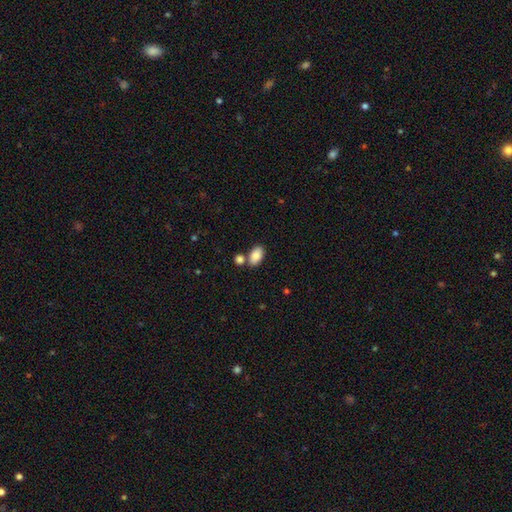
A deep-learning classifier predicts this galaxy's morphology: Q: Smooth or featured?
A: smooth (86%); runner-up: featured or disk (7%)
Q: How rounded?
A: in between (93%); runner-up: round (5%)
Q: Merging?
A: none (68%); runner-up: merger (19%)